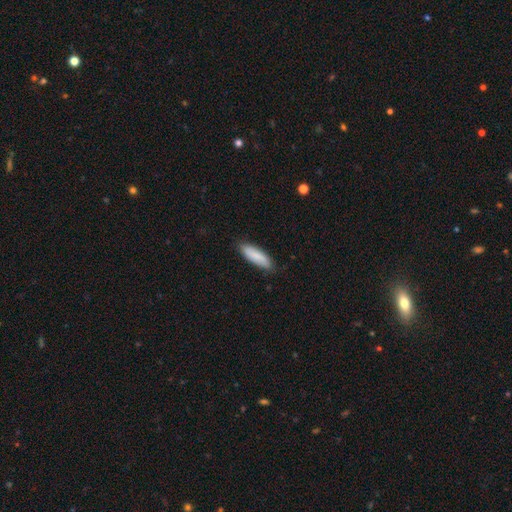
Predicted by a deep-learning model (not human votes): Morphology: type=smooth (84%); roundness=in between (54%); merging=none (84%).